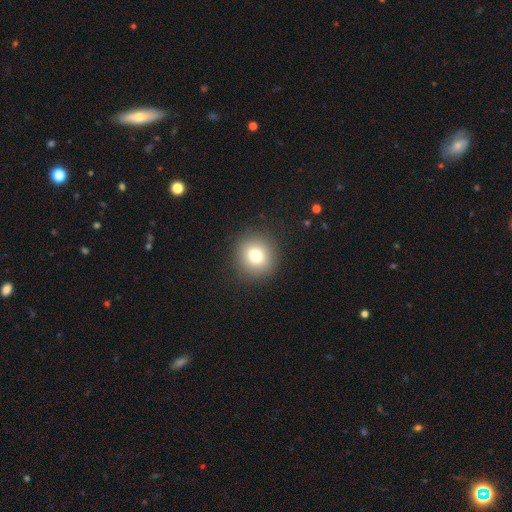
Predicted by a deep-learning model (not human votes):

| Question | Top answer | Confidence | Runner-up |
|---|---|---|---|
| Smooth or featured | smooth | 79% | star or artifact (11%) |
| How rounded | round | 91% | in between (8%) |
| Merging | none | 91% | minor disturbance (6%) |